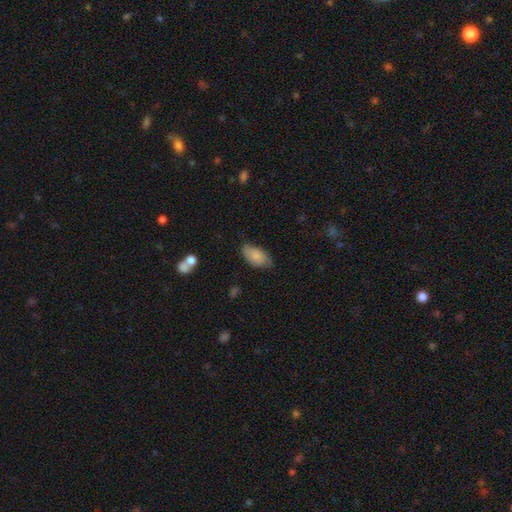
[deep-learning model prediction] Smooth or featured? smooth (78%)
How rounded? in between (93%)
Merging? none (64%)